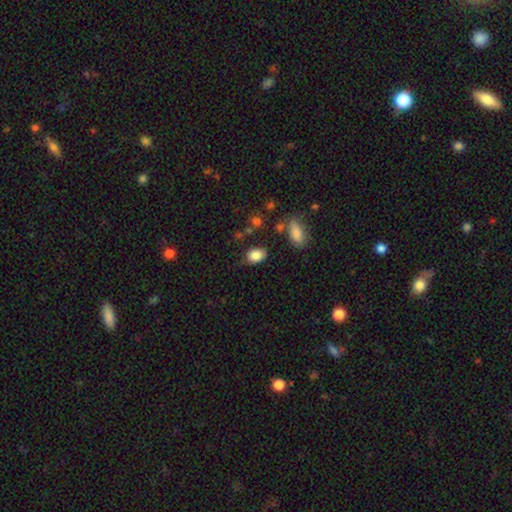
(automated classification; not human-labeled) Smooth or featured?
  - smooth: 85% *
  - star or artifact: 9%
  - featured or disk: 6%
How rounded?
  - in between: 74% *
  - round: 25%
  - cigar-shaped: 1%
Merging?
  - none: 70% *
  - minor disturbance: 21%
  - major disturbance: 5%
  - merger: 4%